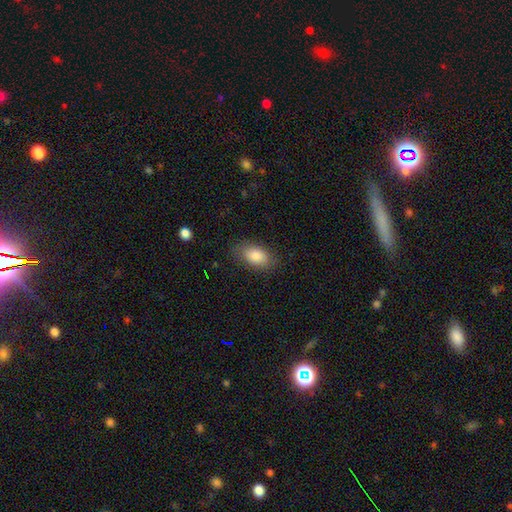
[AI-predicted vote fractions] Overall: smooth (85%). How rounded: in between (92%). Merging: none (82%).